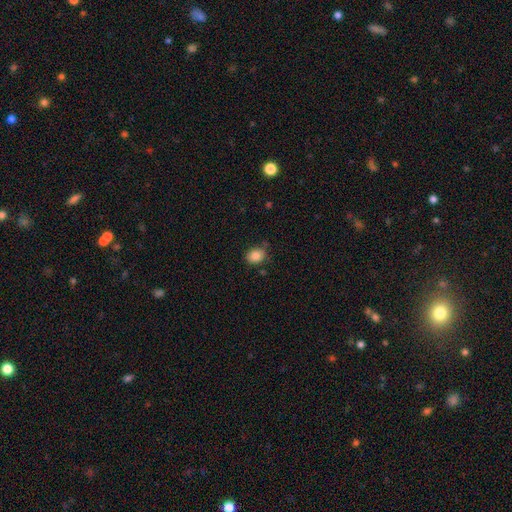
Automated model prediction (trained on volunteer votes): Q: Smooth or featured?
A: smooth (85%); runner-up: star or artifact (10%)
Q: How rounded?
A: in between (50%); tied with: round (50%)
Q: Merging?
A: none (76%); runner-up: minor disturbance (17%)